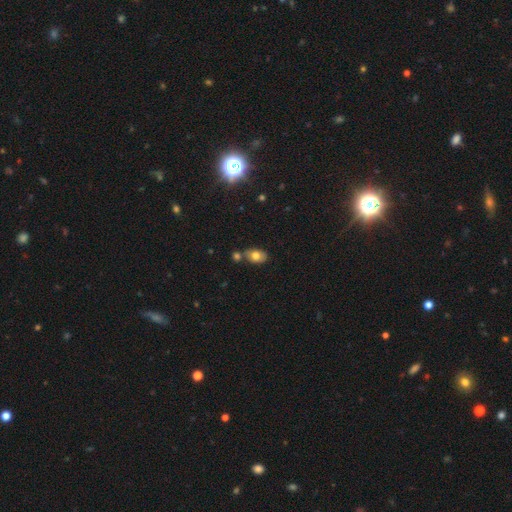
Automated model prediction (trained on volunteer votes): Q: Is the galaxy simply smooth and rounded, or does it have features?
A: smooth — 75%.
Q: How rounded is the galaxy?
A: in between — 84%.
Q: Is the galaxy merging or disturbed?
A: none — 62%.